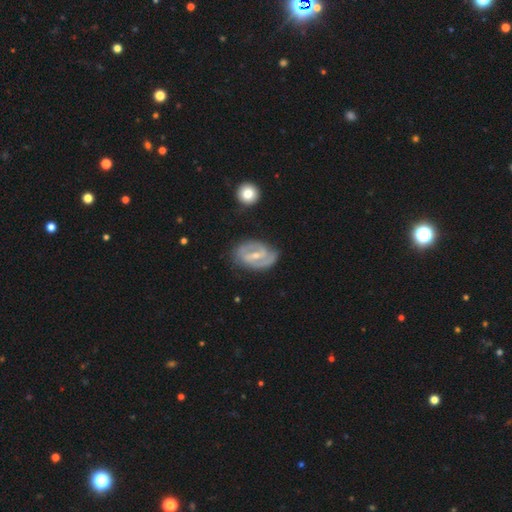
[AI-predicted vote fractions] Smooth or featured?
  - featured or disk: 81% *
  - smooth: 14%
  - star or artifact: 5%
Edge-on disk?
  - no: 96% *
  - yes: 4%
Bar?
  - strong: 44% *
  - weak: 43%
  - no: 14%
Spiral arms?
  - yes: 85% *
  - no: 15%
Spiral winding?
  - medium: 42% * (tied)
  - tight: 42% * (tied)
  - loose: 16%
Spiral arm count?
  - 2: 77% *
  - can't tell: 13%
  - 1: 5%
  - 3: 3%
  - 4: 1%
  - more than 4: 1%
Bulge size?
  - small: 51% *
  - moderate: 46%
  - none: 2%
  - large: 1%
  - dominant: 1%
Merging?
  - none: 71% *
  - minor disturbance: 21%
  - major disturbance: 7%
  - merger: 2%